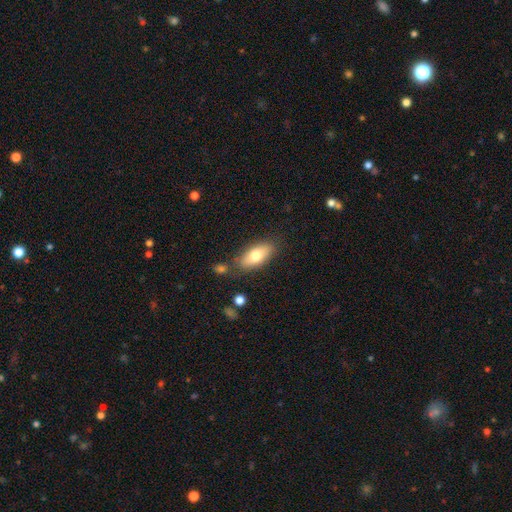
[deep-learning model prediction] Q: Smooth or featured?
A: smooth (72%); runner-up: featured or disk (22%)
Q: How rounded?
A: in between (84%); runner-up: cigar-shaped (13%)
Q: Merging?
A: none (76%); runner-up: minor disturbance (15%)